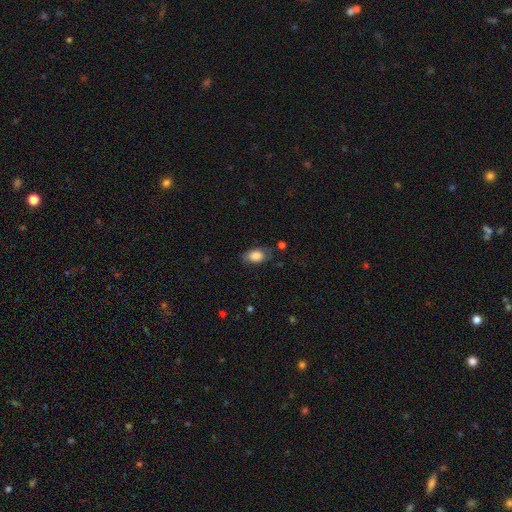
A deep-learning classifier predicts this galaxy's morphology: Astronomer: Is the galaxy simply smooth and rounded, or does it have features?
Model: smooth — 81%.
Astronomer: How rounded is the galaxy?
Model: in between — 90%.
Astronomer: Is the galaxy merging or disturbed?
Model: none — 70%.